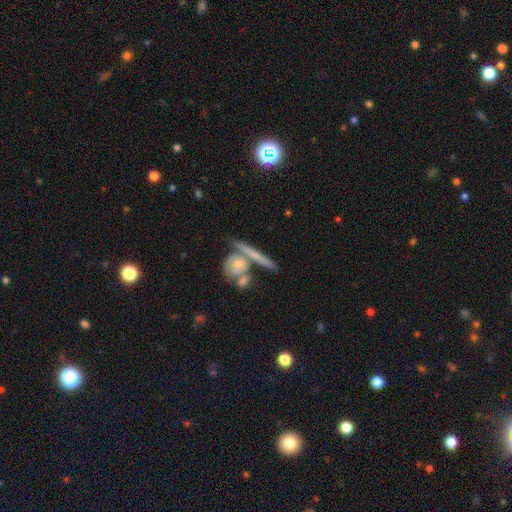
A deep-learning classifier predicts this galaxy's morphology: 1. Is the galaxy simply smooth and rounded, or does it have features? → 49% featured or disk, 44% smooth, 7% star or artifact.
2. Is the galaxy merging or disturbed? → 58% none, 25% merger, 12% minor disturbance, 5% major disturbance.